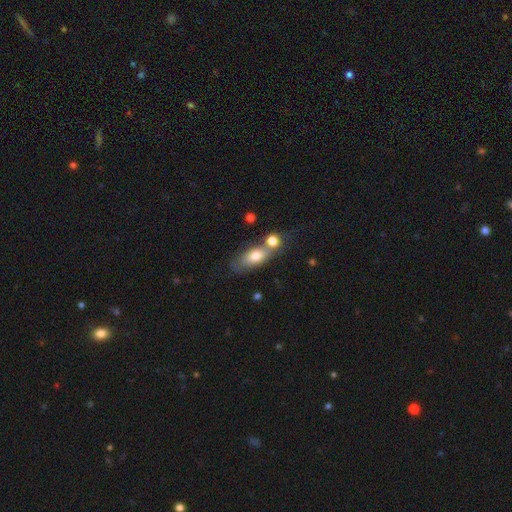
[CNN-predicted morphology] Overall: smooth (74%). How rounded: in between (78%). Merging: merger (46%; none 36%).